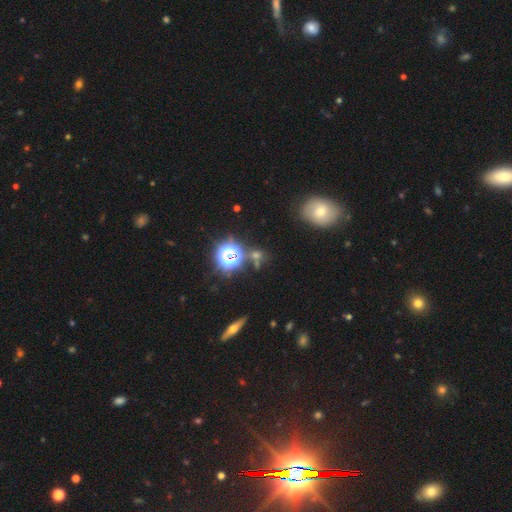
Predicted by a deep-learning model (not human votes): This is possibly a star or artifact rather than a galaxy (48%).